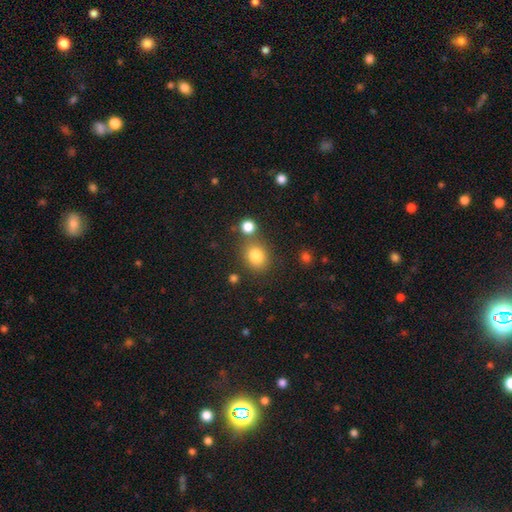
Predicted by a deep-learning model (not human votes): smooth 82%, star or artifact 11%, featured or disk 7%. Down the decision tree: how rounded — round (66%); merging — none (73%).